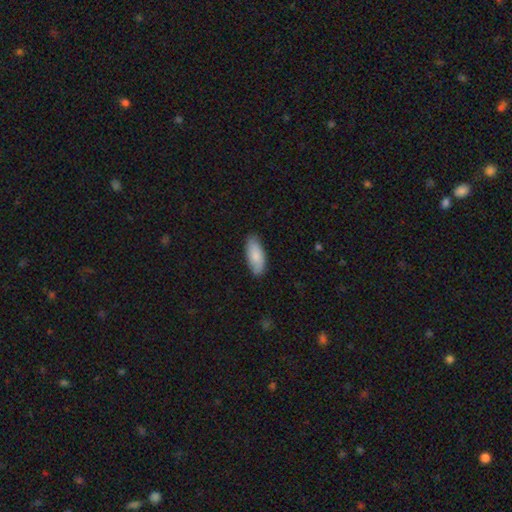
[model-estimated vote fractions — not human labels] A smooth galaxy with no disk features (84%) that is in between round and cigar-shaped (86%).

Vote fractions:
- Smooth or featured? smooth: 84% / featured or disk: 11% / star or artifact: 5%
- How rounded? in between: 86% / cigar-shaped: 12% / round: 2%
- Merging? none: 84% / minor disturbance: 13% / major disturbance: 2% / merger: 1%